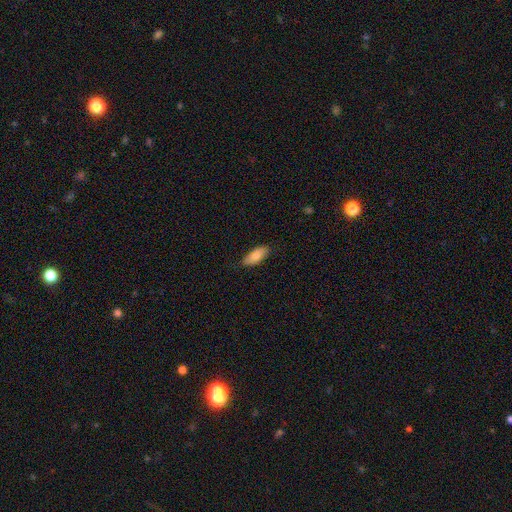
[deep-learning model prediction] A smooth galaxy with no disk features (78%) that is in between round and cigar-shaped (83%). Merging: none (85%).